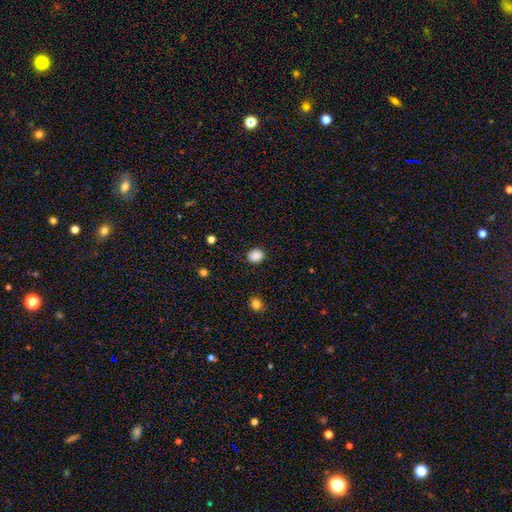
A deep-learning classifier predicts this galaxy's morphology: A smooth galaxy with no disk features (88%) that is round (70%). Merging: none (88%).